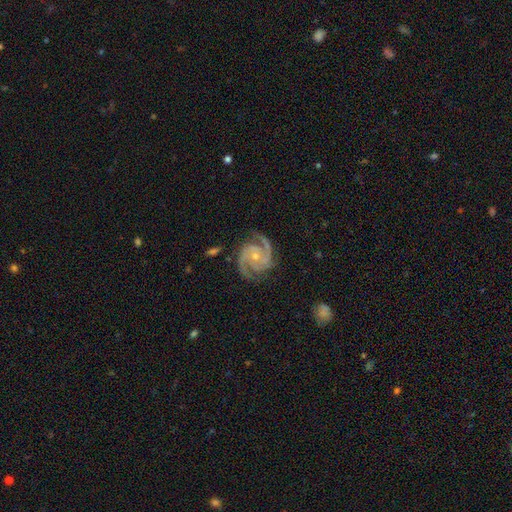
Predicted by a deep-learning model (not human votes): Smooth or featured?
  - featured or disk: 93% *
  - star or artifact: 4%
  - smooth: 3%
Edge-on disk?
  - no: 98% *
  - yes: 2%
Bar?
  - no: 69% *
  - weak: 23%
  - strong: 8%
Spiral arms?
  - yes: 99% *
  - no: 1%
Spiral winding?
  - medium: 48% *
  - tight: 46%
  - loose: 6%
Spiral arm count?
  - 2: 58% *
  - 3: 31%
  - can't tell: 3%
  - 4: 3%
  - 1: 2%
  - more than 4: 2%
Bulge size?
  - small: 64% *
  - moderate: 32%
  - none: 2%
  - large: 1%
  - dominant: 1%
Merging?
  - none: 80% *
  - minor disturbance: 15%
  - major disturbance: 4%
  - merger: 1%